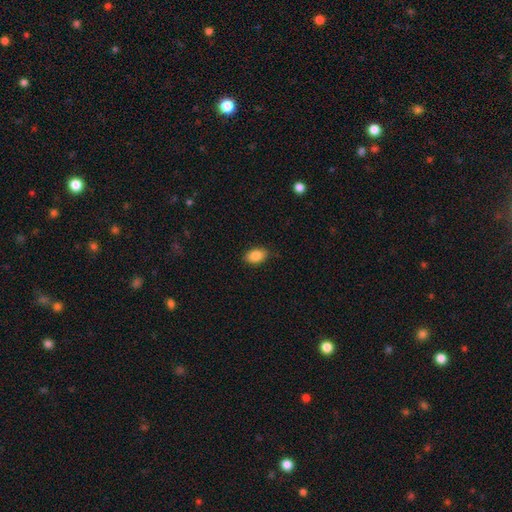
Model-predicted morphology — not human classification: A smooth galaxy with no disk features (86%) that is in between round and cigar-shaped (88%). Merging: none (86%).